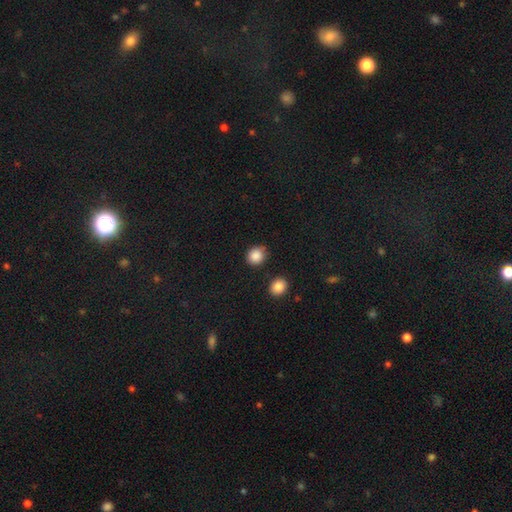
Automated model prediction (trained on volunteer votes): Smooth or featured? Predicted: smooth (p=0.88). How rounded? Predicted: round (p=0.85). Merging? Predicted: none (p=0.80).